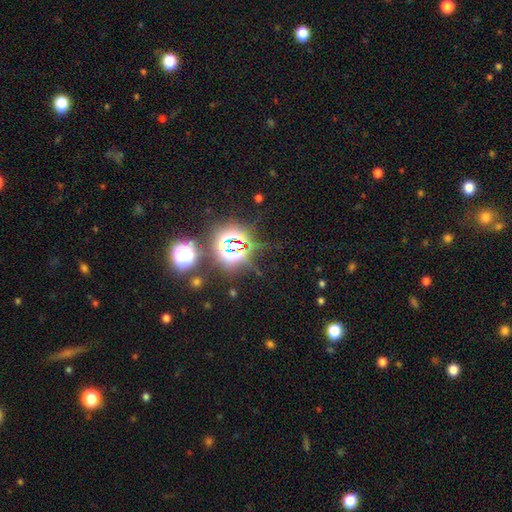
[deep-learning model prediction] A star or artifact, not a galaxy (81%).

Vote fractions:
- Smooth or featured? star or artifact: 81% / smooth: 12% / featured or disk: 7%